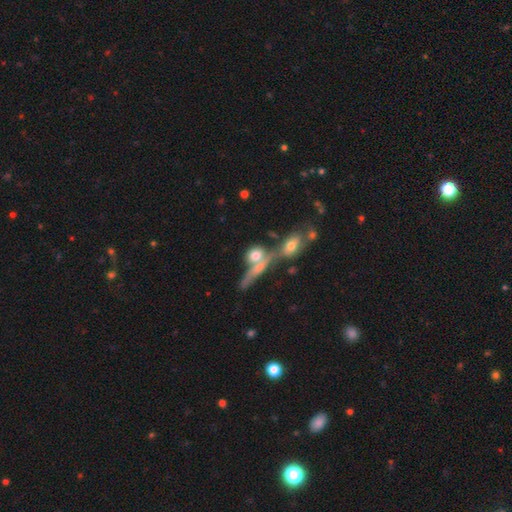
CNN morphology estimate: Smooth or featured? Predicted: smooth (p=0.62). How rounded? Predicted: round (p=0.52). Merging? Predicted: merger (p=0.44).